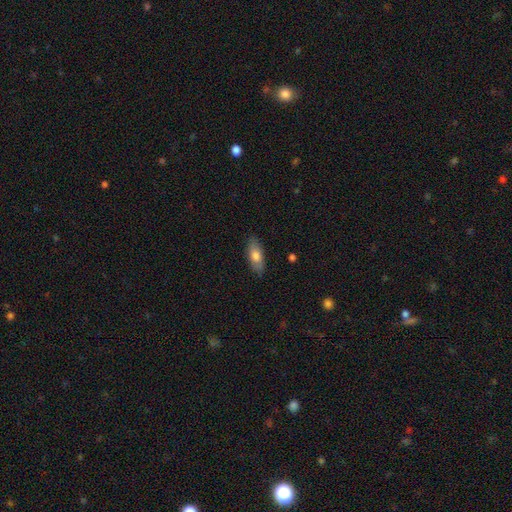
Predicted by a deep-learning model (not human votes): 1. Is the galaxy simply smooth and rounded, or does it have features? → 74% smooth, 20% featured or disk, 6% star or artifact.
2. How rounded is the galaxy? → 76% in between, 21% cigar-shaped, 3% round.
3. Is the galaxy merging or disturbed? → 85% none, 11% minor disturbance, 2% major disturbance, 1% merger.